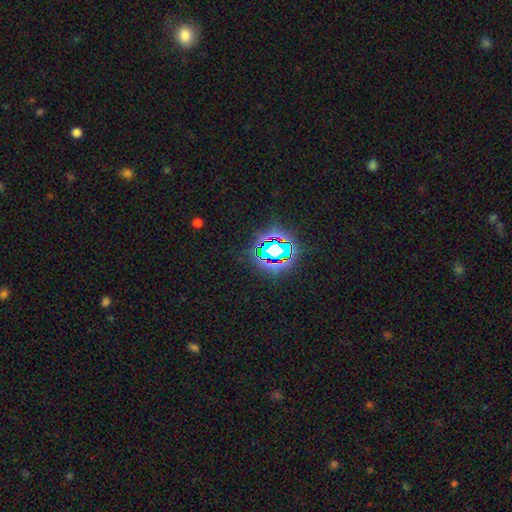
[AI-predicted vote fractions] Smooth or featured? Predicted: star or artifact (p=0.78).